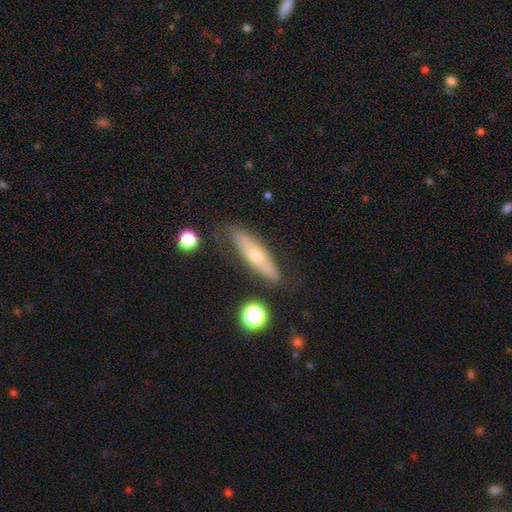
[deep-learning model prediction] smooth-or-featured: smooth: 53% | featured or disk: 39% | star or artifact: 7%
  how-rounded: cigar-shaped: 73% | in between: 25% | round: 3%
  merging: none: 77% | minor disturbance: 16% | major disturbance: 4% | merger: 3%